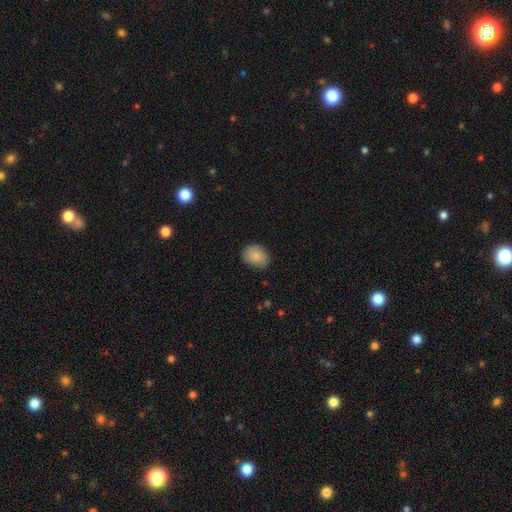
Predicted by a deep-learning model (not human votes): Smooth or featured? Predicted: smooth (p=0.86). How rounded? Predicted: round (p=0.54). Merging? Predicted: none (p=0.80).